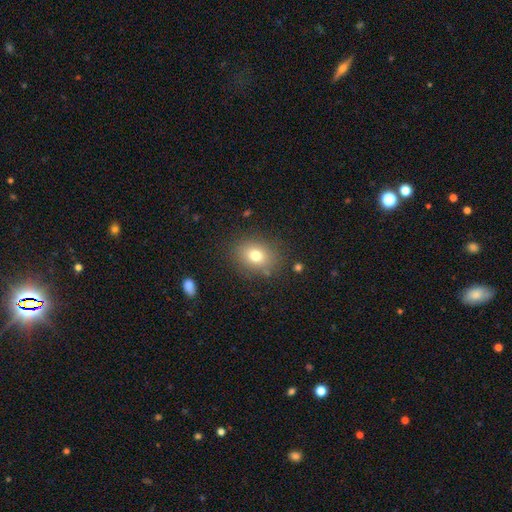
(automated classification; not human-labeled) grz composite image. It shows a smooth galaxy with no disk features (76%) that is round (51%). Merging: none (83%).